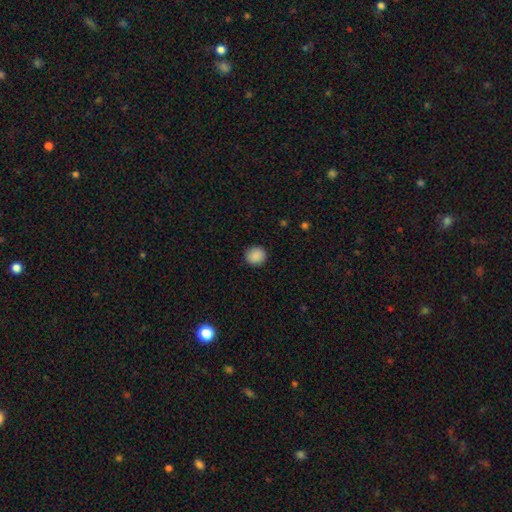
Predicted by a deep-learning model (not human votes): Smooth or featured: smooth — 89% (star or artifact — 9%)
How rounded: round — 90% (in between — 9%)
Merging: none — 90% (minor disturbance — 7%)